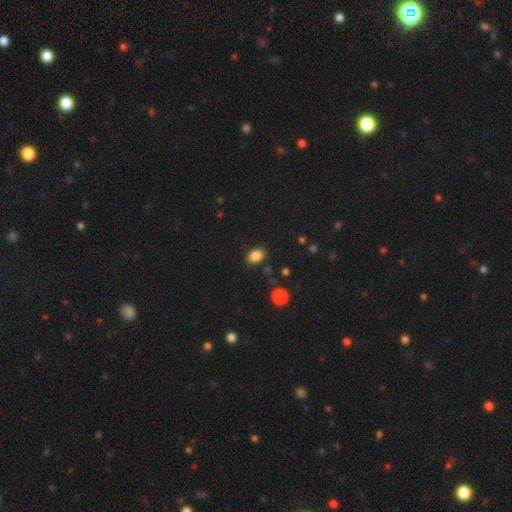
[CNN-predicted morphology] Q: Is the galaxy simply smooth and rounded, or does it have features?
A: smooth — 86%.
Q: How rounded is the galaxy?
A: in between — 70%.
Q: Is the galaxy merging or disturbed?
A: none — 84%.